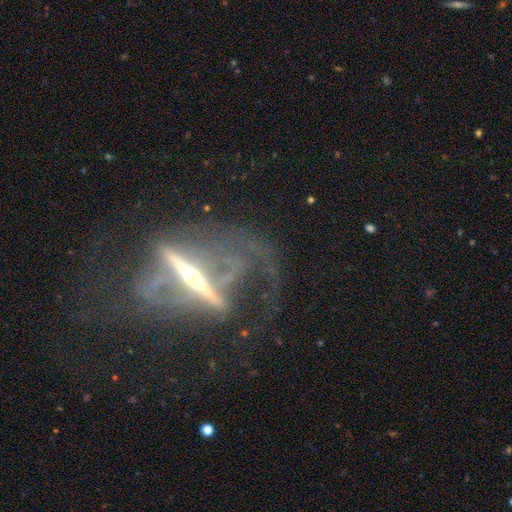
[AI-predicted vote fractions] Smooth or featured?
  - featured or disk: 83% *
  - smooth: 9%
  - star or artifact: 8%
Edge-on disk?
  - yes: 69% *
  - no: 31%
Edge-on bulge?
  - rounded: 80% *
  - none: 11%
  - boxy: 9%
Merging?
  - major disturbance: 42% *
  - none: 36%
  - minor disturbance: 16%
  - merger: 6%